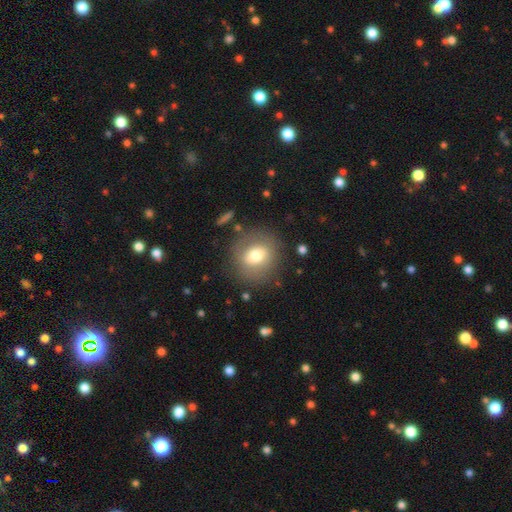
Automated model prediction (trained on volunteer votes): smooth_or_featured: smooth (p=0.65) [alt: featured or disk p=0.27]
how_rounded: round (p=0.77) [alt: in between p=0.22]
merging: none (p=0.80) [alt: minor disturbance p=0.11]